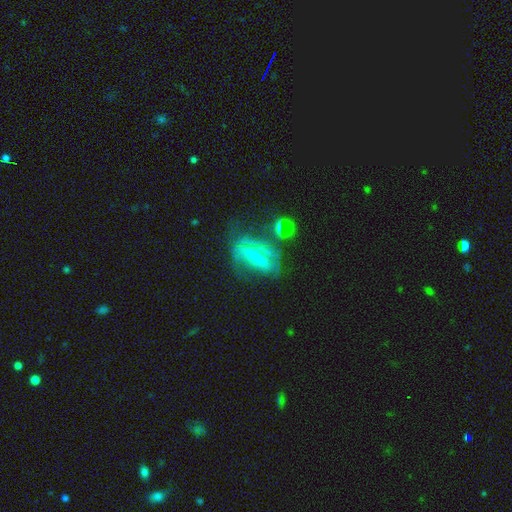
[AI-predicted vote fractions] Smooth or featured? Predicted: featured or disk (p=0.55). Edge-on disk? Predicted: no (p=0.78). Merging? Predicted: none (p=0.45).